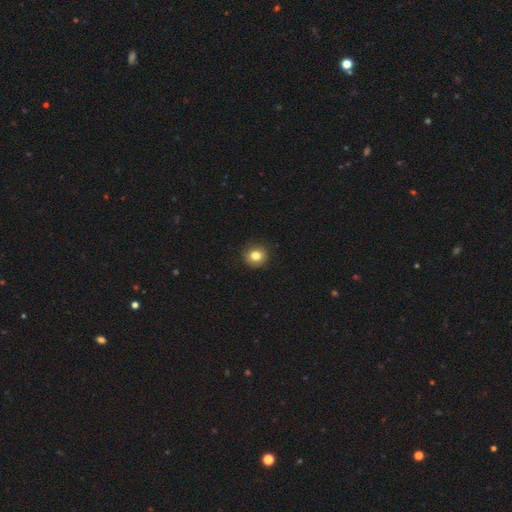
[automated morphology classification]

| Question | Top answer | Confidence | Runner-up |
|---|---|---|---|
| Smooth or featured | smooth | 83% | star or artifact (11%) |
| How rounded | round | 91% | in between (8%) |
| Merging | none | 91% | minor disturbance (6%) |